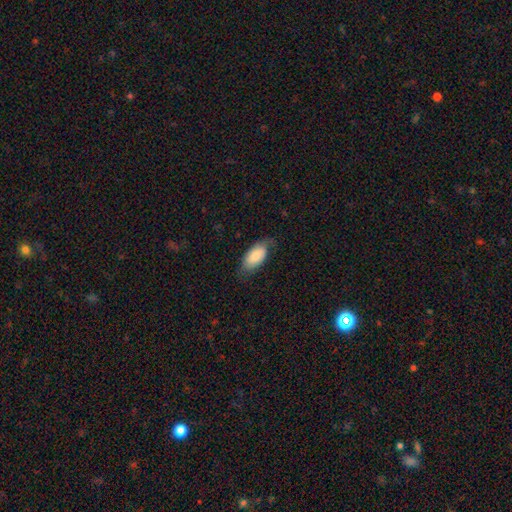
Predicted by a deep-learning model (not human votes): smooth 79%, featured or disk 15%, star or artifact 6%. Down the decision tree: how rounded — in between (93%); merging — none (65%).